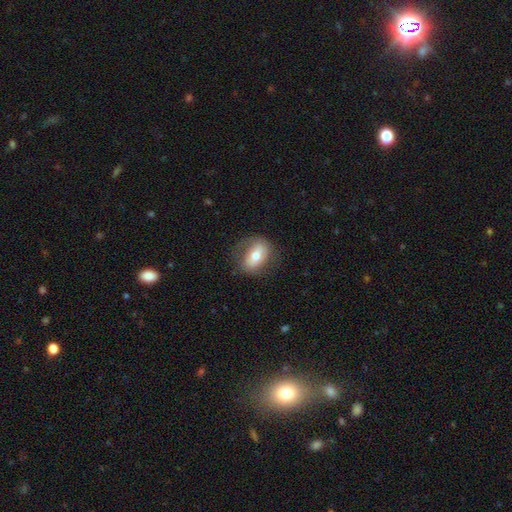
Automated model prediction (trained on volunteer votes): A smooth galaxy with no disk features (57%) that is in between round and cigar-shaped (74%). Merging: none (71%).